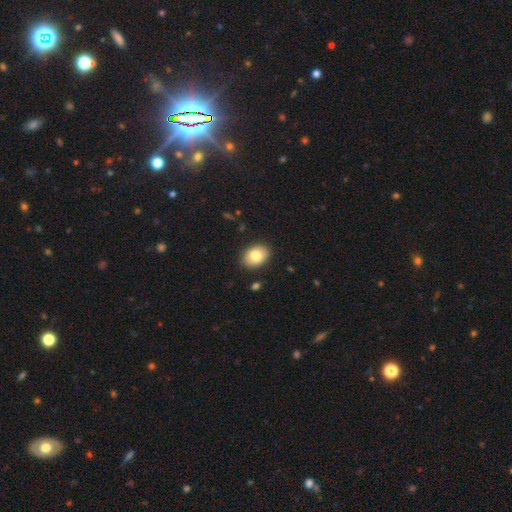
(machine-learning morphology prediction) This appears to be a smooth galaxy with no disk features (82%) that is in between round and cigar-shaped (77%). Merging: none (88%).